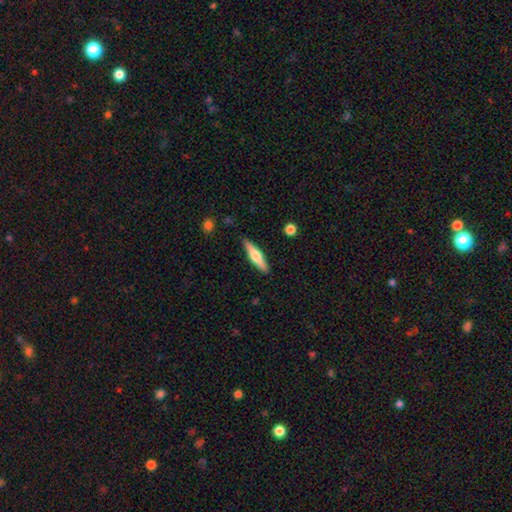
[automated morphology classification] This appears to be a featured or disk galaxy (51%) viewed edge-on (96%). Merging: none (89%).